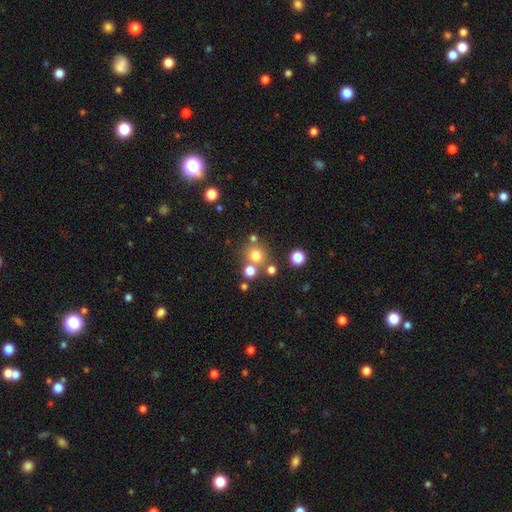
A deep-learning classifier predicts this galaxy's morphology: This appears to be a smooth galaxy with no disk features (73%) that is round (91%). Merging: none (69%).